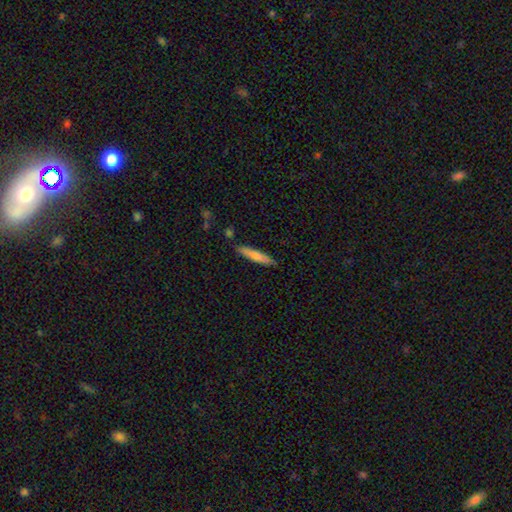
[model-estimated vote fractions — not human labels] A smooth galaxy with no disk features (74%) that is cigar-shaped (87%). Merging: none (82%).